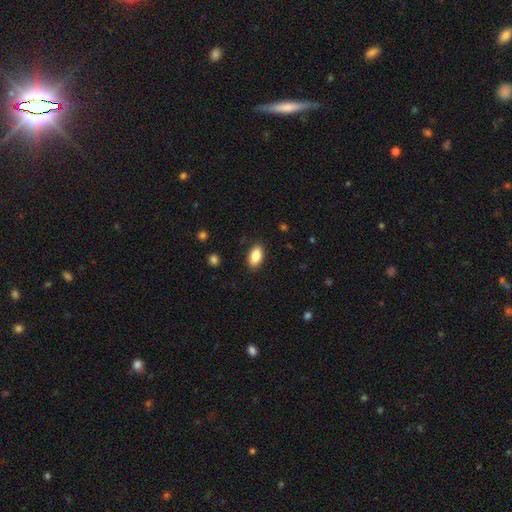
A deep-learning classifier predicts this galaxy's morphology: This is clearly a smooth galaxy (86%). How rounded: clearly in between (92%). Merging: clearly none (88%).